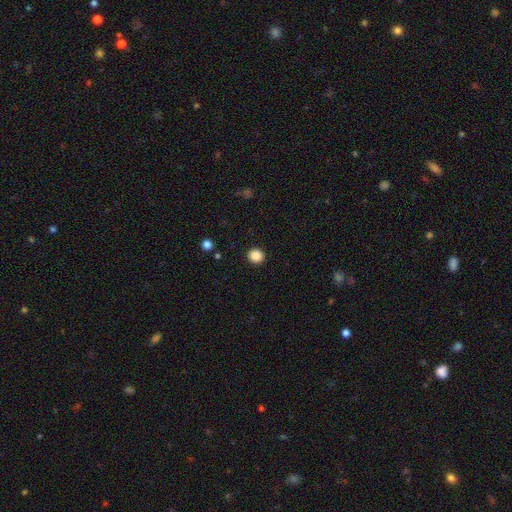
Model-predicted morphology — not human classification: Smooth or featured? Predicted: smooth (p=0.87). How rounded? Predicted: round (p=0.88). Merging? Predicted: none (p=0.92).